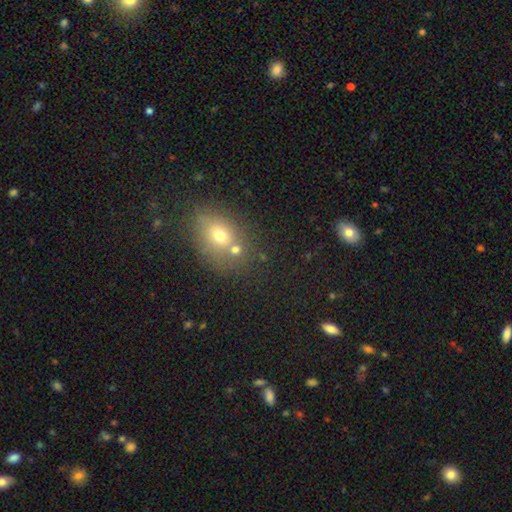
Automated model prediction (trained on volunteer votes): A smooth galaxy with no disk features (59%) that is in between round and cigar-shaped (52%).

Vote fractions:
- Smooth or featured? smooth: 59% / star or artifact: 24% / featured or disk: 17%
- How rounded? in between: 52% / round: 46% / cigar-shaped: 2%
- Merging? none: 60% / merger: 24% / minor disturbance: 12% / major disturbance: 5%